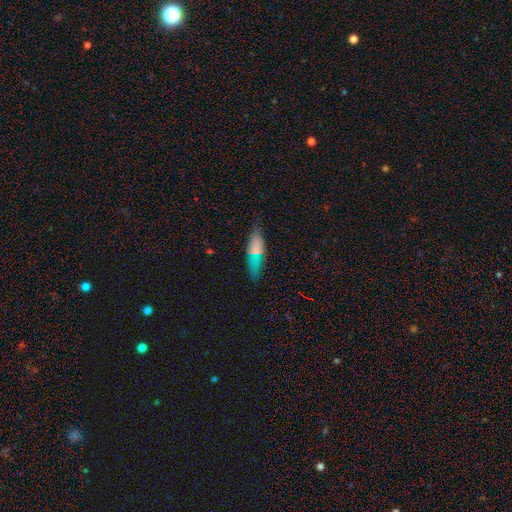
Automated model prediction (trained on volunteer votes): smooth_or_featured: smooth (p=0.65) [alt: featured or disk p=0.22]
how_rounded: in between (p=0.51) [alt: cigar-shaped p=0.46]
merging: none (p=0.77) [alt: minor disturbance p=0.17]